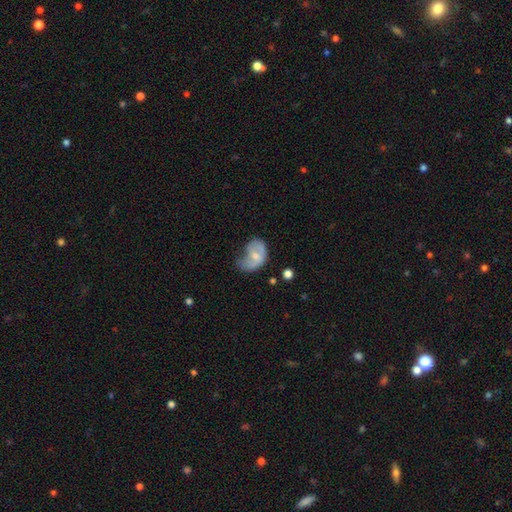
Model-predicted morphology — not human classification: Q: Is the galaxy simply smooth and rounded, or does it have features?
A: smooth — 50%.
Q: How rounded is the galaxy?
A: in between — 77%.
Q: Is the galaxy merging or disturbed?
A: major disturbance — 39%.